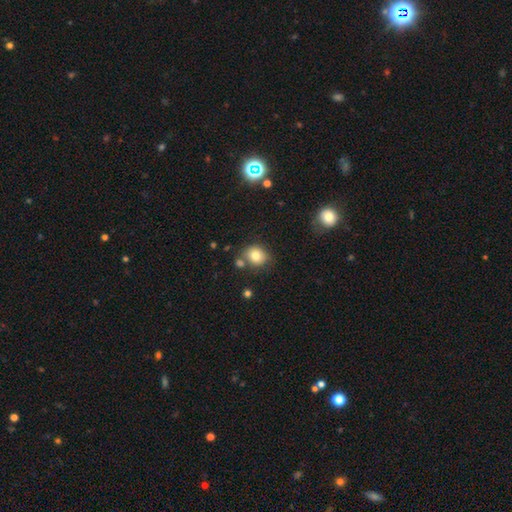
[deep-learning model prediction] smooth-or-featured: smooth: 79% | star or artifact: 11% | featured or disk: 10%
  how-rounded: round: 69% | in between: 30% | cigar-shaped: 1%
  merging: none: 70% | minor disturbance: 14% | merger: 12% | major disturbance: 4%